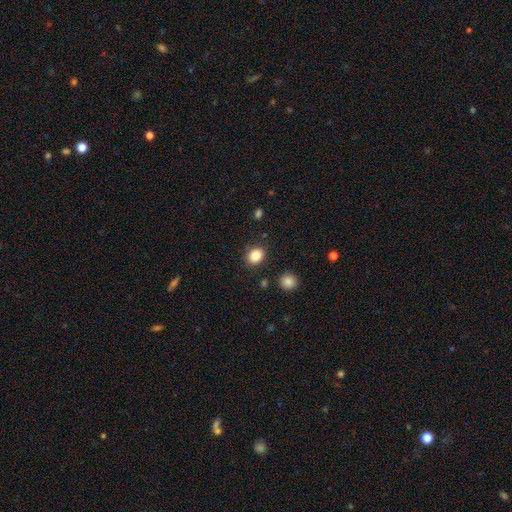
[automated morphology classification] smooth-or-featured: smooth: 84% | star or artifact: 10% | featured or disk: 6%
  how-rounded: round: 58% | in between: 41% | cigar-shaped: 1%
  merging: none: 86% | minor disturbance: 9% | merger: 3% | major disturbance: 3%